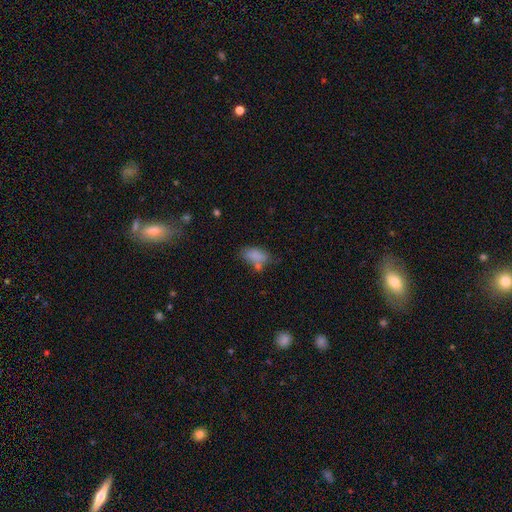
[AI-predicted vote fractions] Smooth or featured? smooth (80%)
How rounded? in between (90%)
Merging? none (49%)